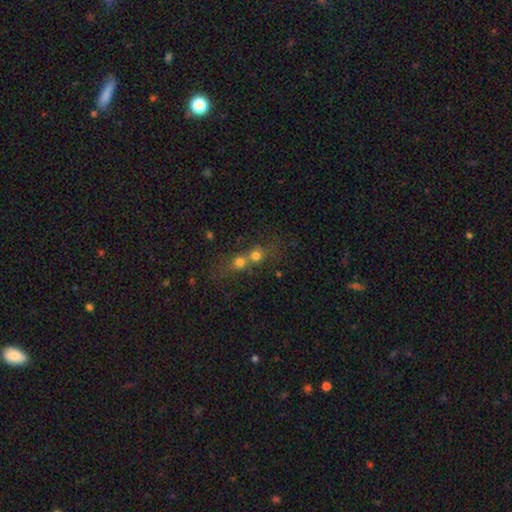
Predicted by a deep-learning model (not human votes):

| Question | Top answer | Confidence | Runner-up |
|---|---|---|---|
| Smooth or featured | smooth | 67% | star or artifact (16%) |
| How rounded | round | 78% | in between (19%) |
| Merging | merger | 63% | none (29%) |